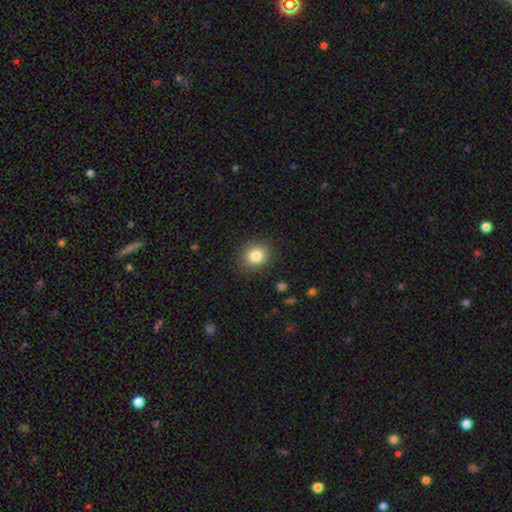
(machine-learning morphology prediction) A smooth galaxy with no disk features (83%) that is round (80%). Merging: none (89%).